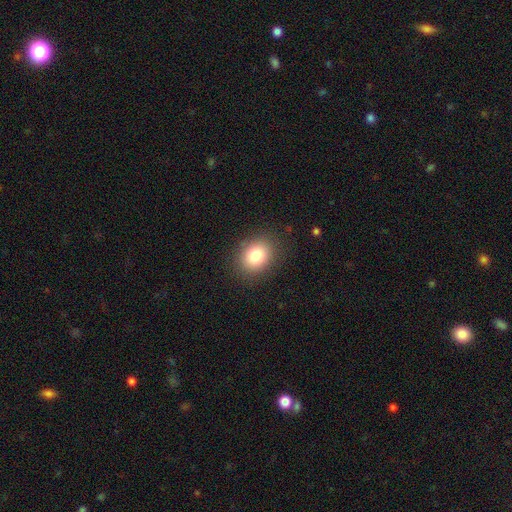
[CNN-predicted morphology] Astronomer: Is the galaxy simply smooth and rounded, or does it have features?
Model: smooth — 82%.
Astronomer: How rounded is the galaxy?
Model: round — 52% (runner-up: in between, 47%).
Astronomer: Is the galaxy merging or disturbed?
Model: none — 87%.